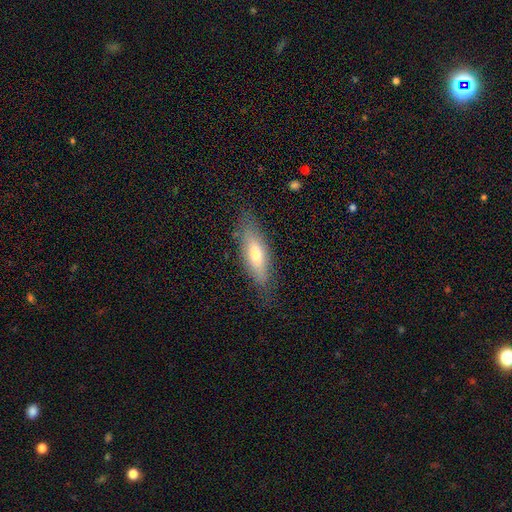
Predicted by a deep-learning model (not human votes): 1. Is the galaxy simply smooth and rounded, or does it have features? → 62% smooth, 31% featured or disk, 7% star or artifact.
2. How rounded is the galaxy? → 54% in between, 44% cigar-shaped, 2% round.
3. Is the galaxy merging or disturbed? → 78% none, 16% minor disturbance, 5% major disturbance, 1% merger.